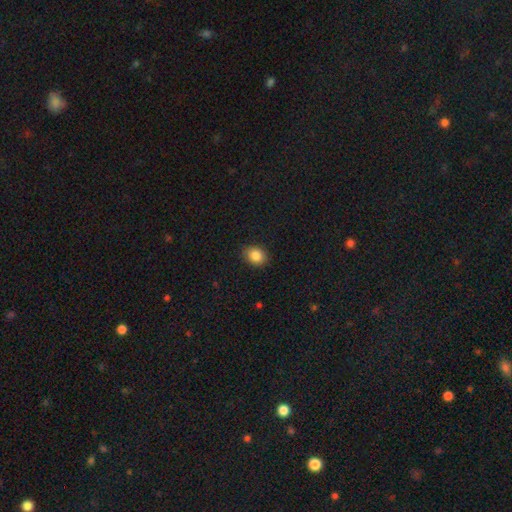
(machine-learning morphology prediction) Smooth or featured? smooth (85%)
How rounded? round (51%)
Merging? none (88%)